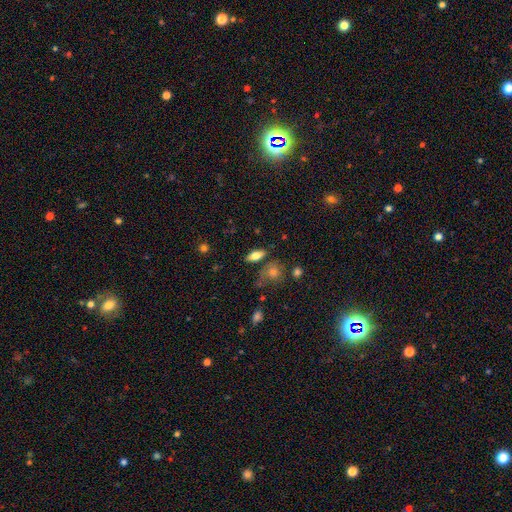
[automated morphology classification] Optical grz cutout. It shows a smooth galaxy with no disk features (68%) that is in between round and cigar-shaped (77%). Merging: none (77%).